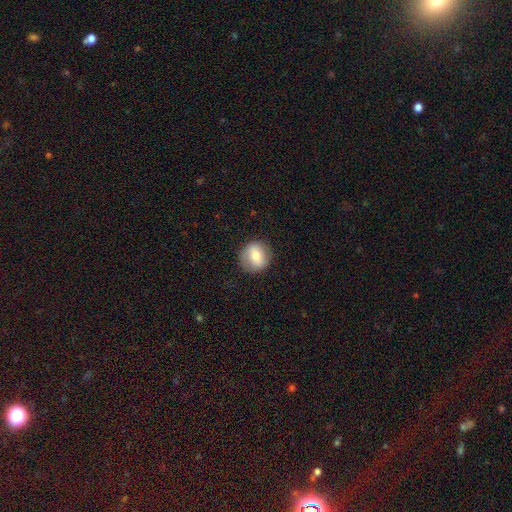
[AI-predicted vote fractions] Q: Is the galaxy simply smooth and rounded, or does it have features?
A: smooth — 66%.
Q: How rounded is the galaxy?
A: round — 87%.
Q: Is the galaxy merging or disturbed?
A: none — 86%.